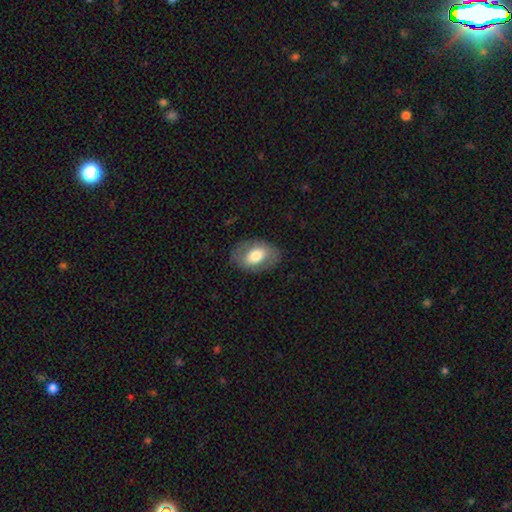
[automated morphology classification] Smooth or featured: smooth — 61% (featured or disk — 33%)
How rounded: in between — 84% (round — 15%)
Merging: none — 80% (minor disturbance — 13%)